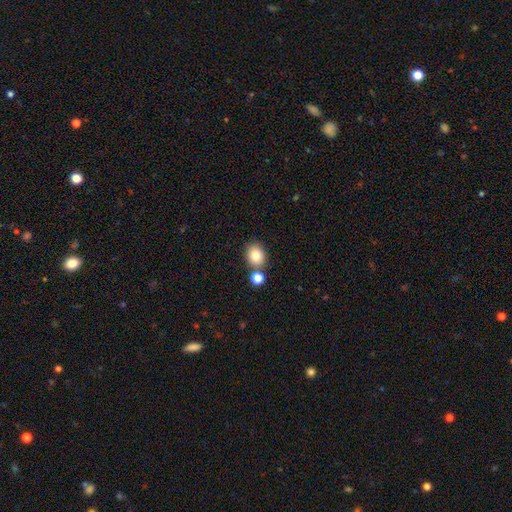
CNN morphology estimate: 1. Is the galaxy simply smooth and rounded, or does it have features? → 81% smooth, 10% star or artifact, 8% featured or disk.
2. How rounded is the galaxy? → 63% round, 36% in between, 1% cigar-shaped.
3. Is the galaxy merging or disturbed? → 71% none, 17% merger, 9% minor disturbance, 3% major disturbance.